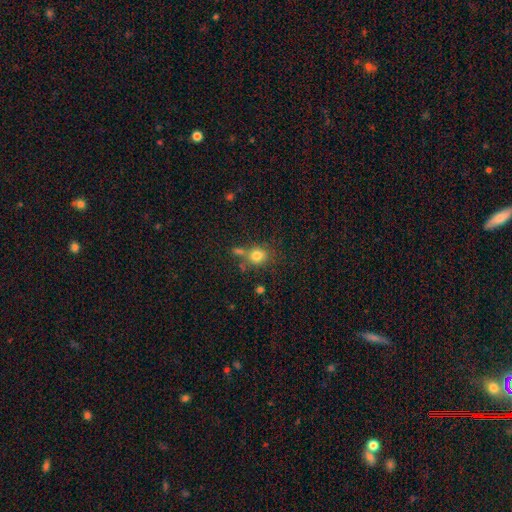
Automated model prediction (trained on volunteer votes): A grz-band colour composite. It shows a smooth galaxy with no disk features (78%) that is round (77%). Merging: none (57%).